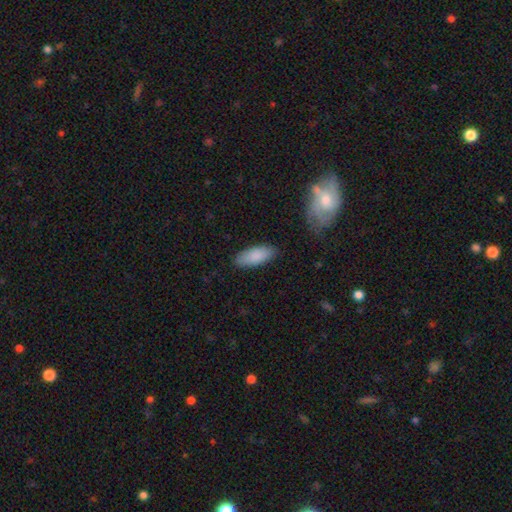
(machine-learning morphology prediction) This is clearly a smooth galaxy (87%). How rounded: likely in between (79%). Merging: clearly none (85%).